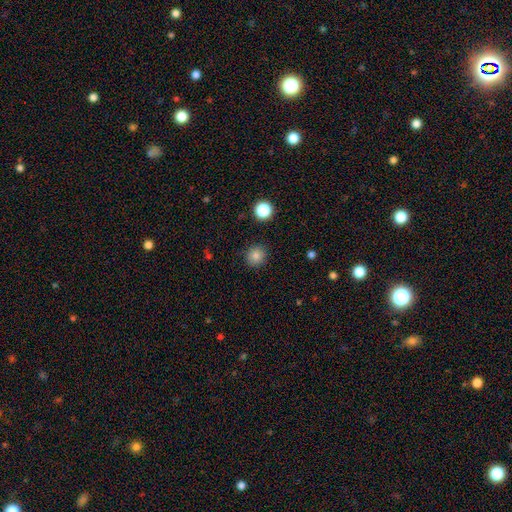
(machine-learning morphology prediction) Q: Smooth or featured?
A: smooth (82%); runner-up: star or artifact (12%)
Q: How rounded?
A: round (92%); runner-up: in between (7%)
Q: Merging?
A: none (89%); runner-up: minor disturbance (7%)